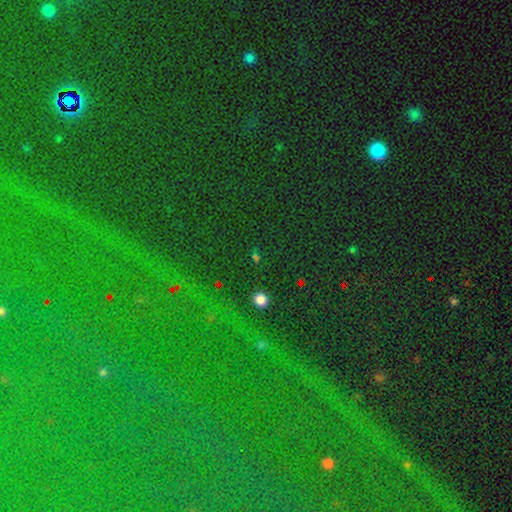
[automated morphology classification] A star or artifact, not a galaxy (73%).